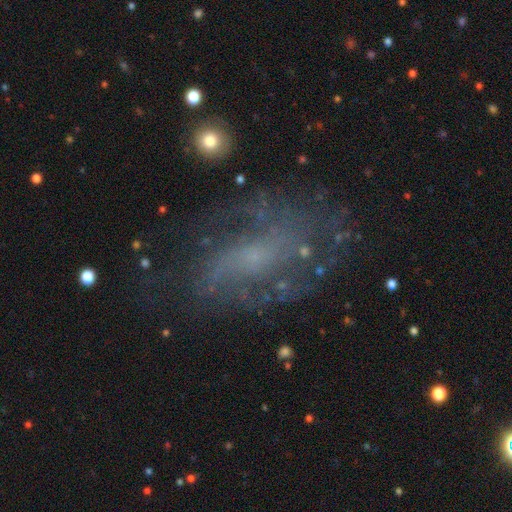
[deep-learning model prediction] Smooth or featured: featured or disk — 71% (smooth — 15%)
Edge-on disk: no — 94% (yes — 6%)
Bar: no — 57% (weak — 34%)
Spiral arms: yes — 77% (no — 23%)
Spiral winding: medium — 40% (loose — 33%)
Spiral arm count: can't tell — 40% (2 — 36%)
Bulge size: small — 54% (none — 28%)
Merging: none — 63% (minor disturbance — 19%)